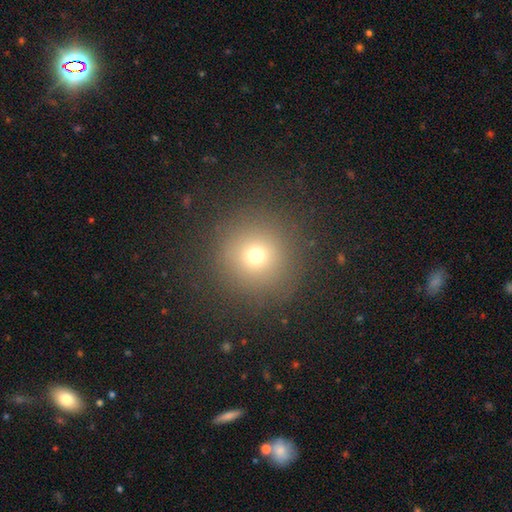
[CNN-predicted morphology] Q: Smooth or featured?
A: smooth (71%); runner-up: star or artifact (19%)
Q: How rounded?
A: round (95%); runner-up: in between (4%)
Q: Merging?
A: none (89%); runner-up: minor disturbance (6%)